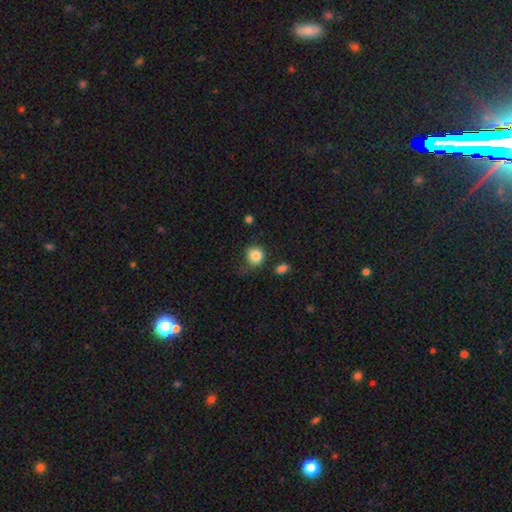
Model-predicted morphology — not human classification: This is clearly a smooth galaxy (84%). How rounded: clearly round (86%). Merging: likely none (63%).